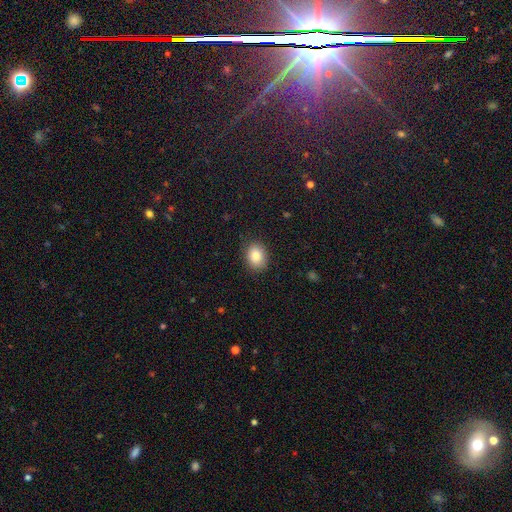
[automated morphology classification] The model was most divided on "how rounded": in between: 56%, round: 43%, cigar-shaped: 1%. More confident: merging — none (87%); smooth or featured — smooth (83%).